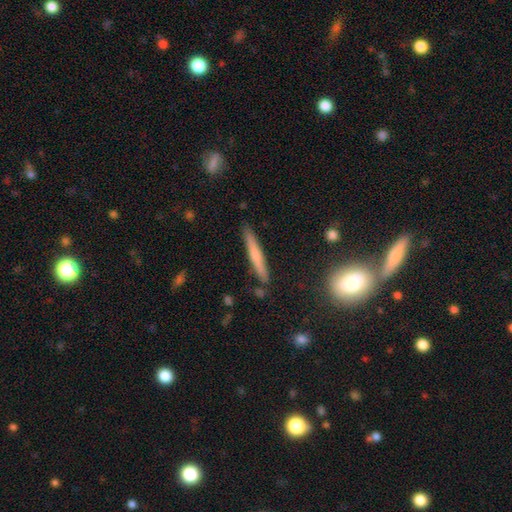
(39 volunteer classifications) Smooth or featured? smooth (67%)
How rounded? cigar-shaped (100%)
Merging? none (86%)